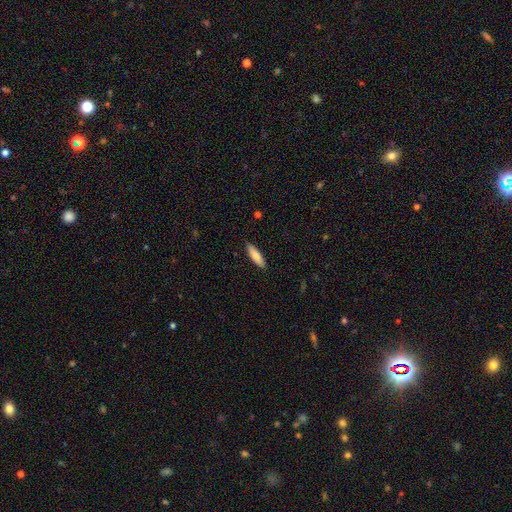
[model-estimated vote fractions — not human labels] smooth_or_featured: smooth (p=0.80) [alt: featured or disk p=0.15]
how_rounded: cigar-shaped (p=0.60) [alt: in between p=0.38]
merging: none (p=0.90) [alt: minor disturbance p=0.08]